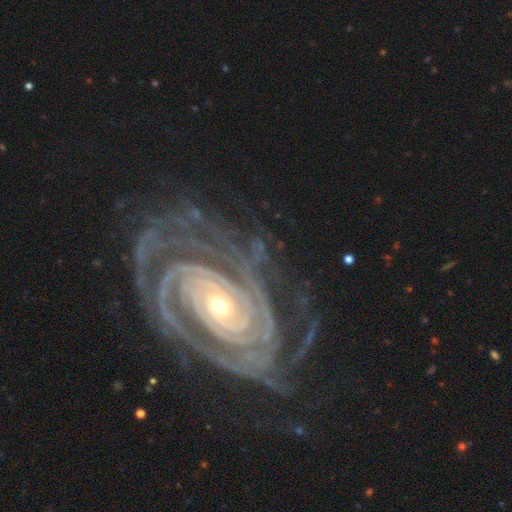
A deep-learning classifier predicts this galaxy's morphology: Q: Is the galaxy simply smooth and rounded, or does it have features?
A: featured or disk — 91%.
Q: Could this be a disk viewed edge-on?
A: no — 97%.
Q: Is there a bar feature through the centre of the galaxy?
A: no — 64%.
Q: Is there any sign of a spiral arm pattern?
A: yes — 98%.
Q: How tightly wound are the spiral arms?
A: tight — 85%.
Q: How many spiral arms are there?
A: more than 4 — 21%.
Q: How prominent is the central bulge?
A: small — 61%.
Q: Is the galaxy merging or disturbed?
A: none — 71%.